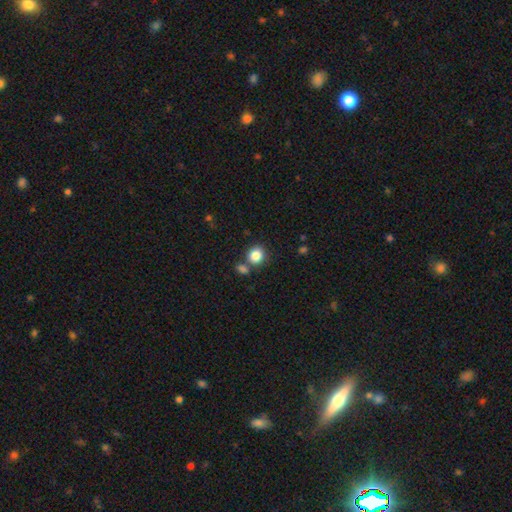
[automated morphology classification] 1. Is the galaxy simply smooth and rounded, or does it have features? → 85% smooth, 10% star or artifact, 5% featured or disk.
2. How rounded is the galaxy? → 82% round, 17% in between, 1% cigar-shaped.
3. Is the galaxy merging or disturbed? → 70% none, 18% merger, 10% minor disturbance, 3% major disturbance.